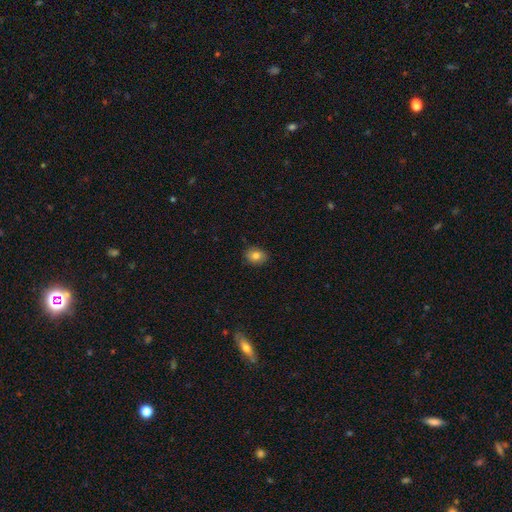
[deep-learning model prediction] A smooth galaxy with no disk features (81%) that is in between round and cigar-shaped (56%). Merging: none (87%).